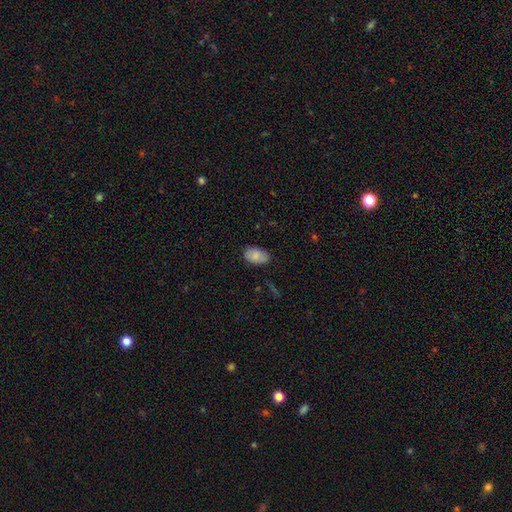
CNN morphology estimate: This appears to be a smooth galaxy with no disk features (85%) that is in between round and cigar-shaped (92%). Merging: none (81%).